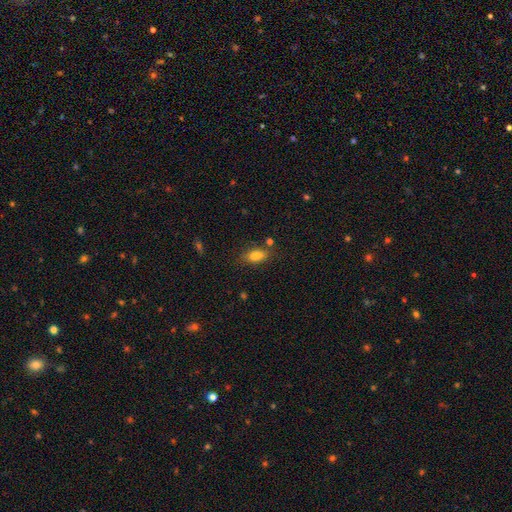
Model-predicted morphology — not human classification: smooth-or-featured: smooth: 80% | featured or disk: 10% | star or artifact: 10%
  how-rounded: in between: 84% | cigar-shaped: 8% | round: 8%
  merging: none: 73% | minor disturbance: 16% | merger: 7% | major disturbance: 4%